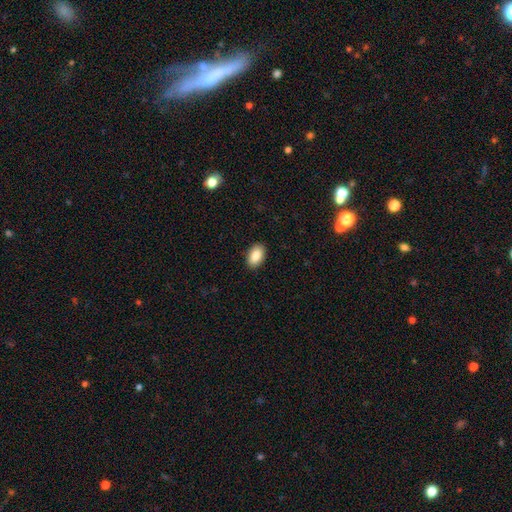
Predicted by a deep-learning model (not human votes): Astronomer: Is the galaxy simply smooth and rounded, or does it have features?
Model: smooth — 86%.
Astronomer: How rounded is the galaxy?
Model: in between — 92%.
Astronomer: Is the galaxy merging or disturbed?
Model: none — 91%.